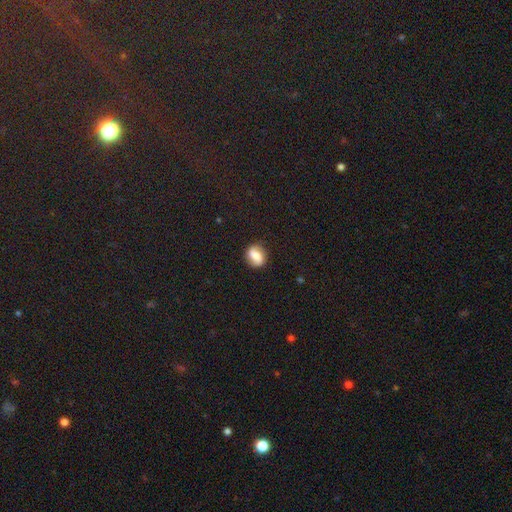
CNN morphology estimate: A smooth galaxy with no disk features (57%) that is round (49%, tied with in between).

Vote fractions:
- Smooth or featured? smooth: 57% / featured or disk: 33% / star or artifact: 10%
- How rounded? round: 49% (tied) / in between: 49% (tied) / cigar-shaped: 2%
- Merging? none: 80% / minor disturbance: 14% / major disturbance: 4% / merger: 2%